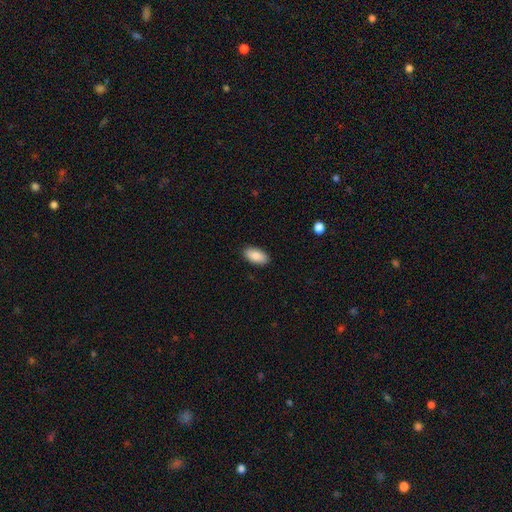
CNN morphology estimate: Smooth or featured? smooth (88%)
How rounded? in between (94%)
Merging? none (90%)